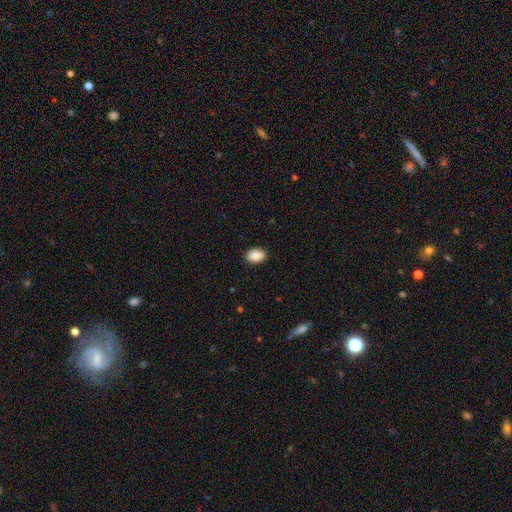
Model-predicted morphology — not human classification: This is clearly a smooth galaxy (87%). How rounded: clearly in between (85%). Merging: clearly none (88%).